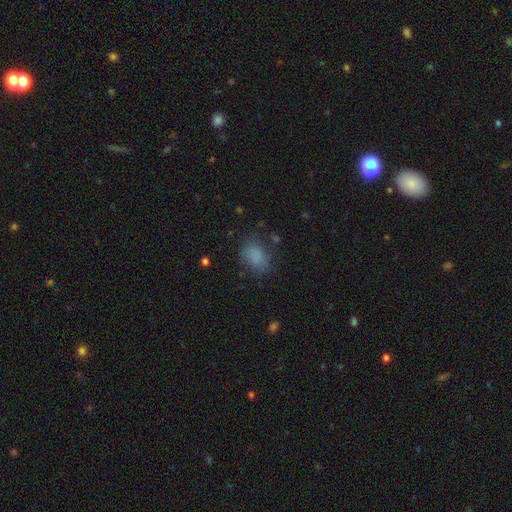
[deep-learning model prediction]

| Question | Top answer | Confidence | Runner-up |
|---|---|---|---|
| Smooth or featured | smooth | 82% | star or artifact (11%) |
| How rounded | in between | 73% | round (26%) |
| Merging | none | 71% | minor disturbance (19%) |